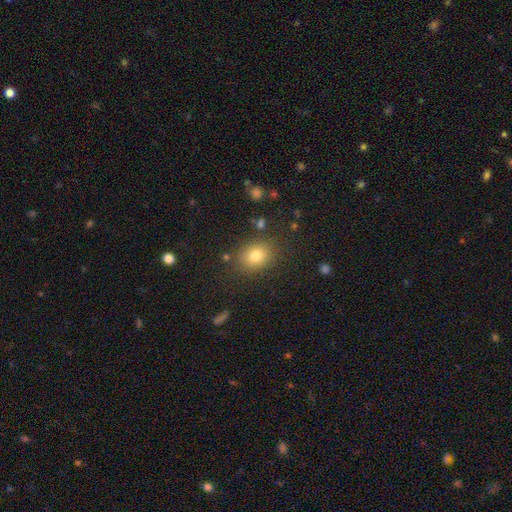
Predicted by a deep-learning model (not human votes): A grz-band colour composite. It shows a smooth galaxy with no disk features (78%) that is round (51%). Merging: none (82%).